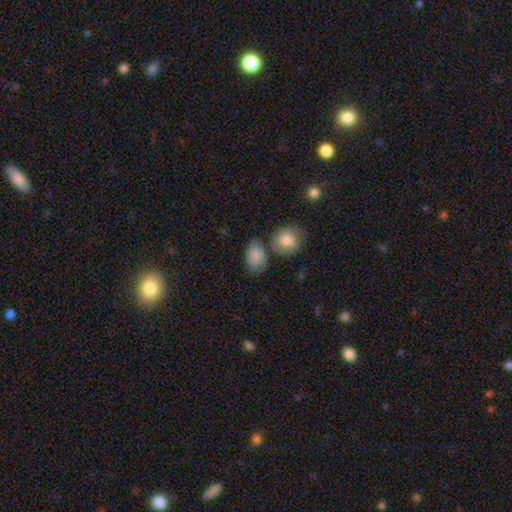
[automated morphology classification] Overall: smooth (83%). How rounded: in between (75%). Merging: none (53%; minor disturbance 21%).